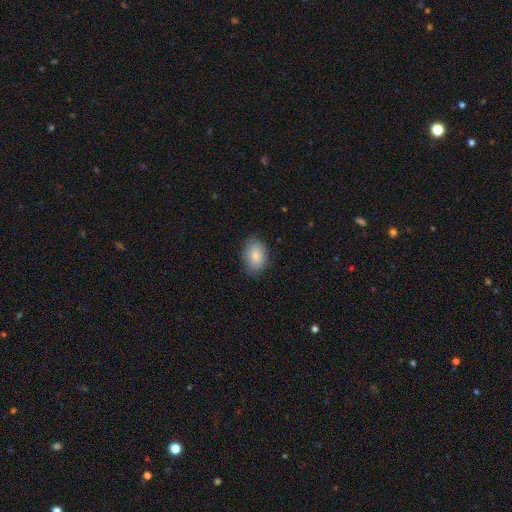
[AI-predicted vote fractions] This appears to be a smooth galaxy with no disk features (85%) that is in between round and cigar-shaped (82%). Merging: none (82%).